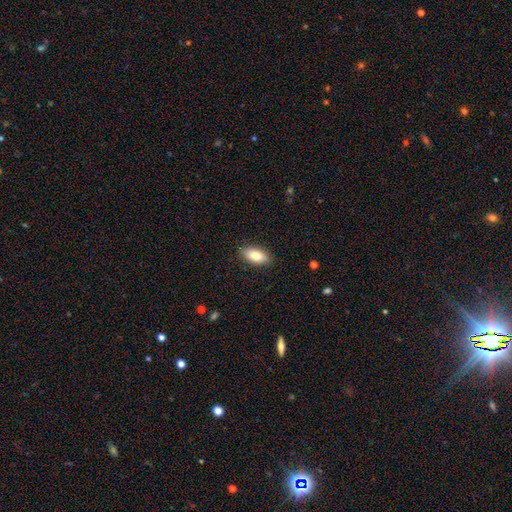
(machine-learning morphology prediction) Smooth or featured?
  - smooth: 80% *
  - featured or disk: 14%
  - star or artifact: 7%
How rounded?
  - in between: 87% *
  - cigar-shaped: 10%
  - round: 3%
Merging?
  - none: 88% *
  - minor disturbance: 9%
  - major disturbance: 2%
  - merger: 1%